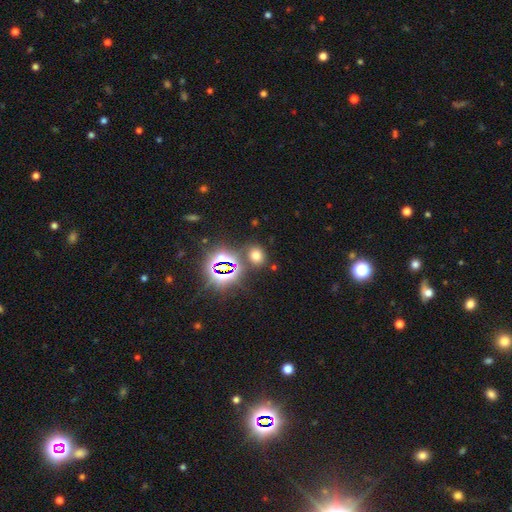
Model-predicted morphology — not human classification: Overall: smooth (60%; star or artifact 33%). How rounded: round (54%; in between 45%). Merging: none (80%).